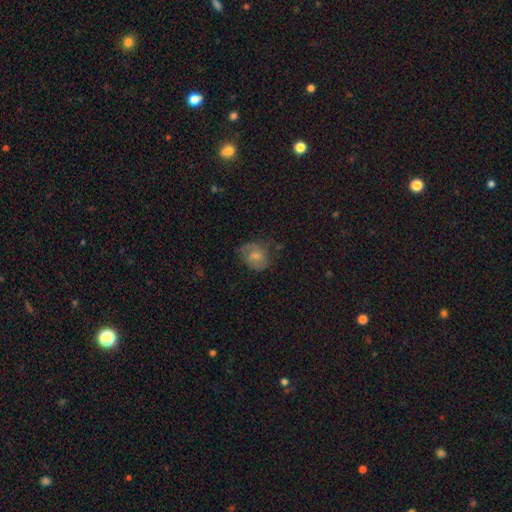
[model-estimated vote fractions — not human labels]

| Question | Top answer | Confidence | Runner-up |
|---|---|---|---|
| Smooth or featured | smooth | 57% | featured or disk (35%) |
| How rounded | round | 53% | in between (46%) |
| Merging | none | 60% | minor disturbance (27%) |